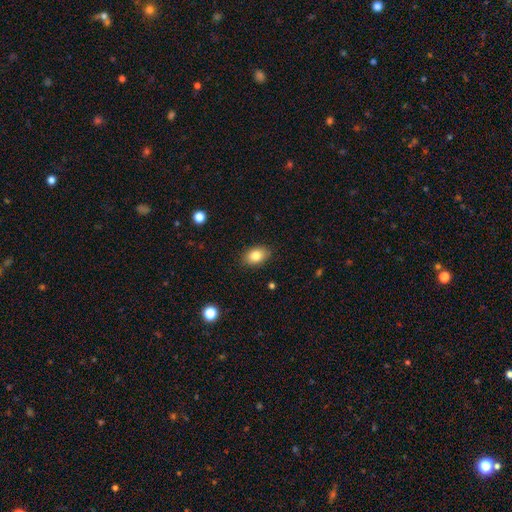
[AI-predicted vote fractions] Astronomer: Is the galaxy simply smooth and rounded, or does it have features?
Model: smooth — 84%.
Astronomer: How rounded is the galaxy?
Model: in between — 85%.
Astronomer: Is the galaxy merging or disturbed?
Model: none — 87%.